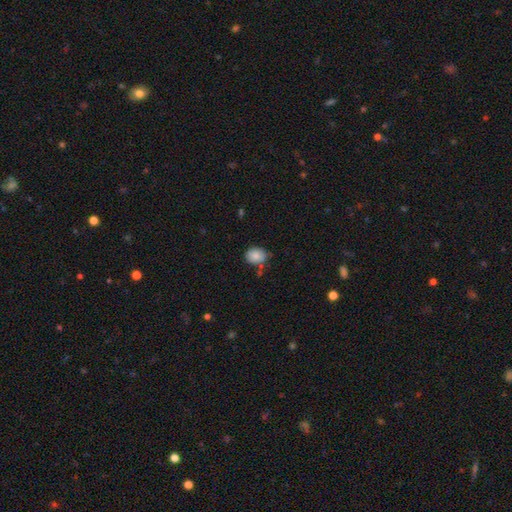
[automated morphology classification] type=smooth (85%); roundness=in between (56%); merging=none (70%).